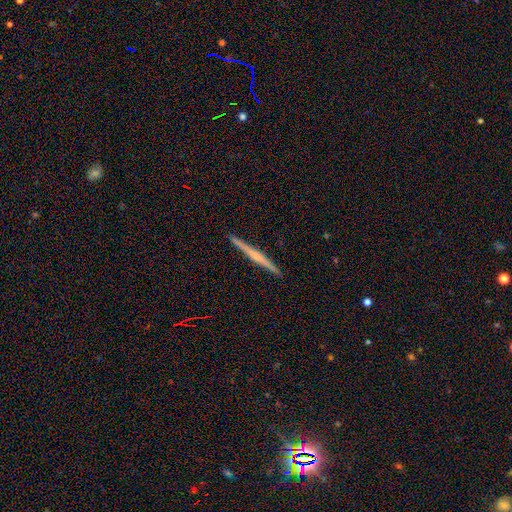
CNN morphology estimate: featured or disk 64%, smooth 30%, star or artifact 6%. Down the decision tree: edge-on disk — yes (98%); edge-on bulge — none (45%); merging — none (93%).